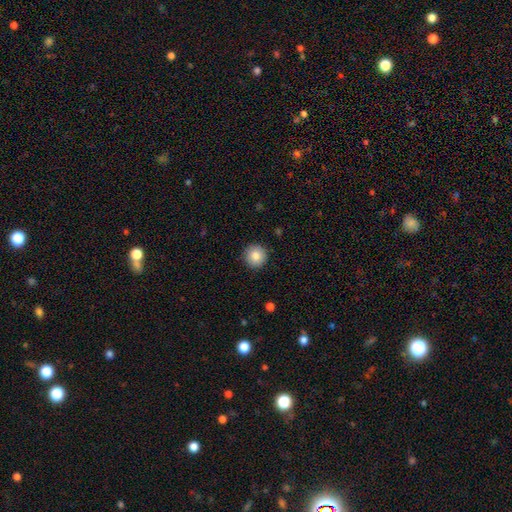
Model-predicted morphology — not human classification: smooth_or_featured: smooth (p=0.83) [alt: star or artifact p=0.08]
how_rounded: round (p=0.96) [alt: in between p=0.03]
merging: none (p=0.92) [alt: minor disturbance p=0.06]